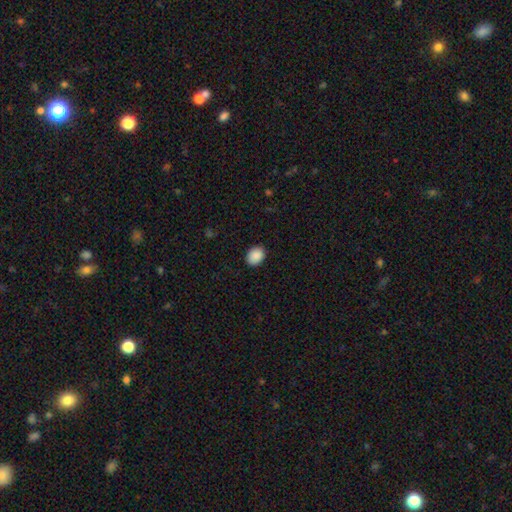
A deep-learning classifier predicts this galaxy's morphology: smooth_or_featured: smooth (p=0.90) [alt: star or artifact p=0.08]
how_rounded: in between (p=0.59) [alt: round p=0.40]
merging: none (p=0.88) [alt: minor disturbance p=0.09]